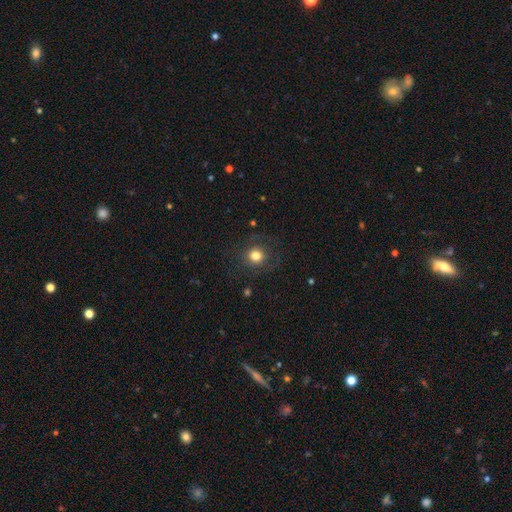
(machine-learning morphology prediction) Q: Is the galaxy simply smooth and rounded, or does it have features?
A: smooth — 75%.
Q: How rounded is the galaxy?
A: round — 90%.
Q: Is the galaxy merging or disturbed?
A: none — 80%.